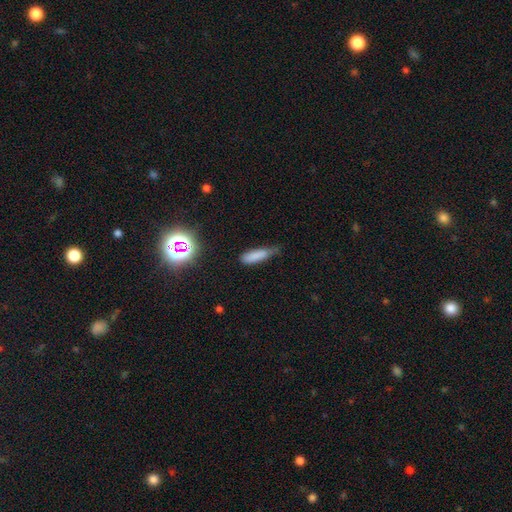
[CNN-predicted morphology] Overall: smooth (80%). How rounded: cigar-shaped (61%; in between 37%). Merging: none (46%; minor disturbance 40%).